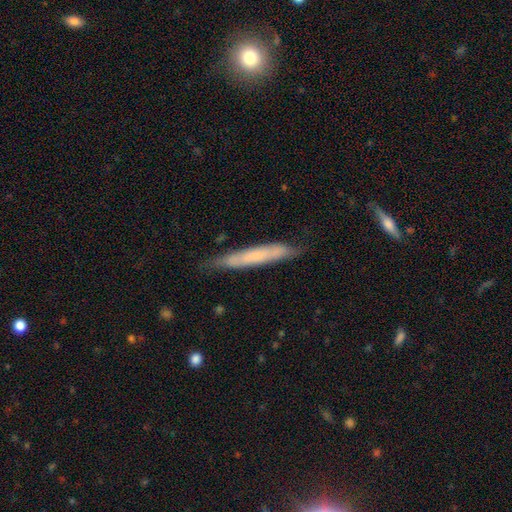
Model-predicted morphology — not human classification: Smooth or featured? smooth (58%)
How rounded? cigar-shaped (94%)
Merging? none (78%)